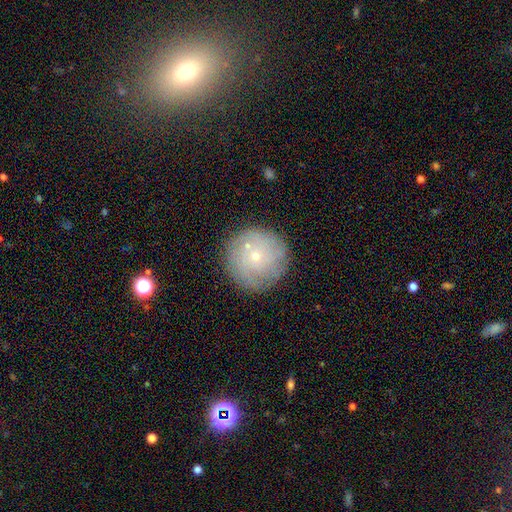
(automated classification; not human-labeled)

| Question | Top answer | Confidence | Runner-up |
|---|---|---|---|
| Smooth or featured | featured or disk | 46% | smooth (44%) |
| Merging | none | 80% | minor disturbance (12%) |